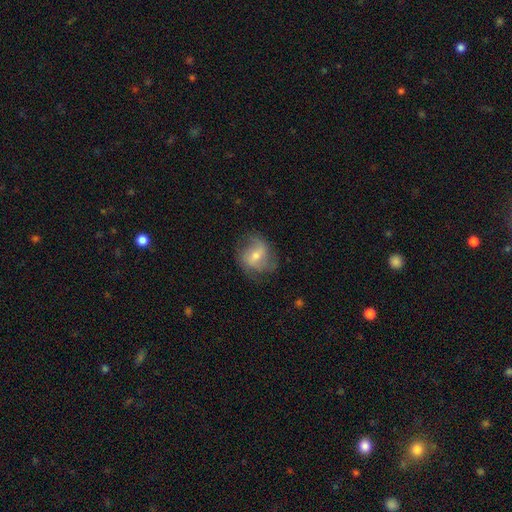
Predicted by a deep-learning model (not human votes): Smooth or featured?
  - featured or disk: 58% *
  - smooth: 34%
  - star or artifact: 7%
Edge-on disk?
  - no: 97% *
  - yes: 3%
Bar?
  - weak: 51% *
  - no: 31%
  - strong: 18%
Spiral arms?
  - yes: 83% *
  - no: 17%
Bulge size?
  - moderate: 55% *
  - small: 36%
  - large: 5%
  - none: 3%
  - dominant: 1%
Merging?
  - none: 64% *
  - minor disturbance: 23%
  - major disturbance: 13%
  - merger: 1%